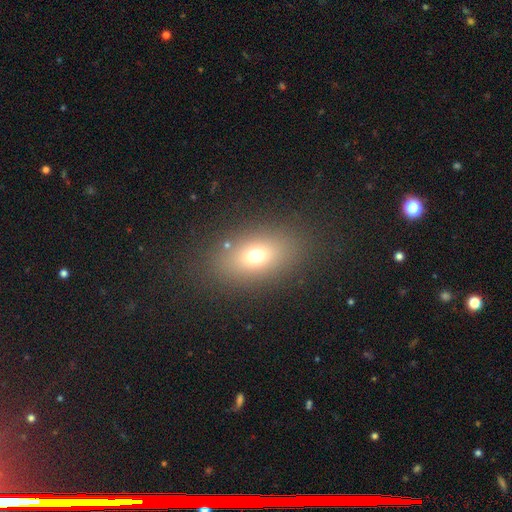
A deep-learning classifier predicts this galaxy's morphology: Smooth or featured? smooth (70%)
How rounded? in between (78%)
Merging? none (83%)